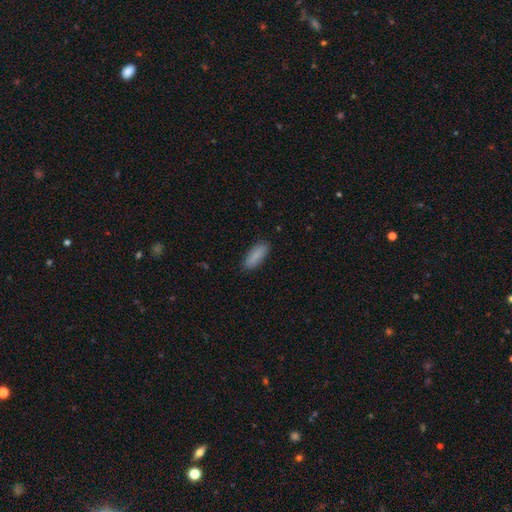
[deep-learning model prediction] Morphology: type=smooth (88%); roundness=in between (57%); merging=none (87%).